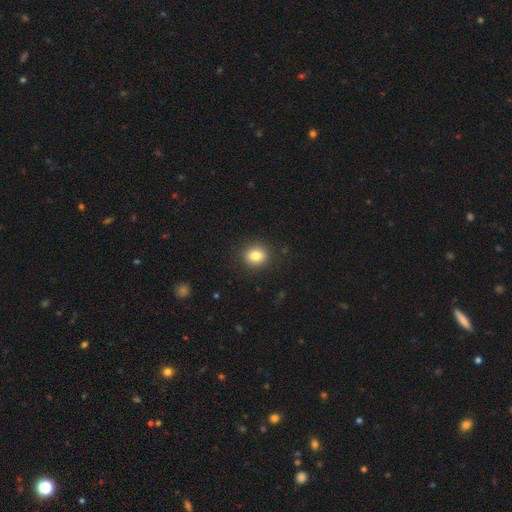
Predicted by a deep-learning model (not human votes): This appears to be a smooth galaxy with no disk features (83%) that is round (67%). Merging: none (89%).